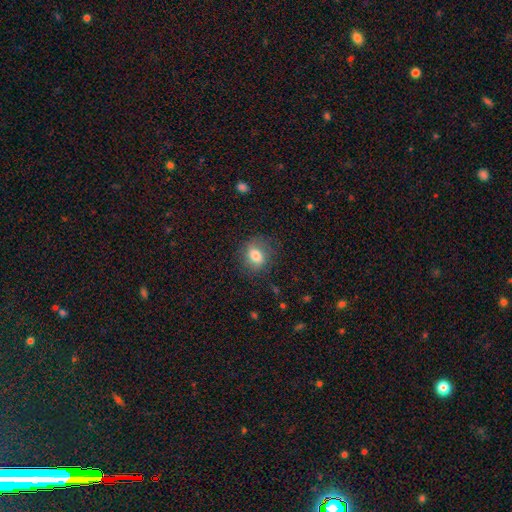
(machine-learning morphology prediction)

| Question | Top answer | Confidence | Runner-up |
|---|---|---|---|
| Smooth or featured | smooth | 78% | featured or disk (12%) |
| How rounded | round | 50% | in between (49%) |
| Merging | none | 75% | minor disturbance (17%) |